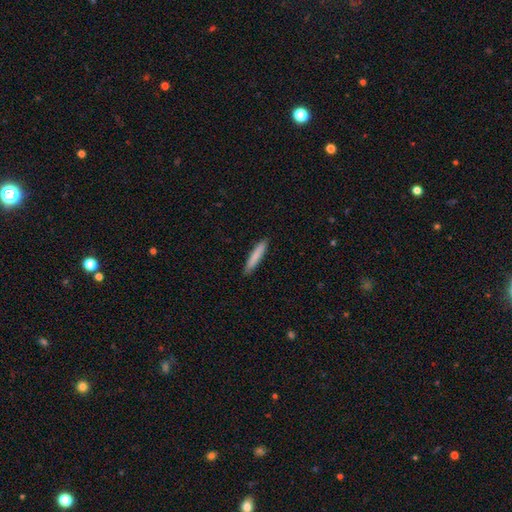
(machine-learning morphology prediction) smooth-or-featured: smooth: 82% | featured or disk: 12% | star or artifact: 6%
  how-rounded: cigar-shaped: 93% | in between: 6% | round: 1%
  merging: none: 91% | minor disturbance: 7% | major disturbance: 1% | merger: 1%